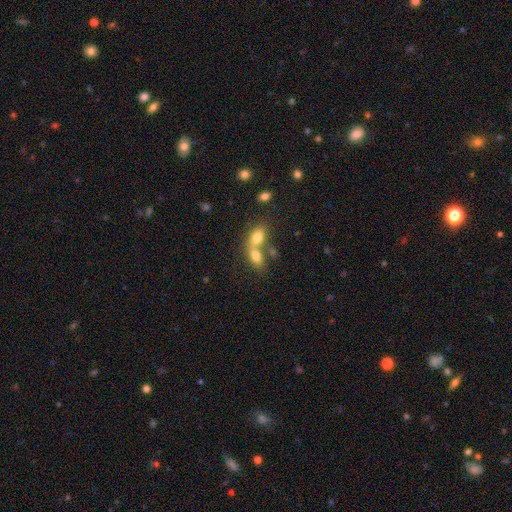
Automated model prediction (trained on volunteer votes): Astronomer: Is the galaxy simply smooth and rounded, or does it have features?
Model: smooth — 75%.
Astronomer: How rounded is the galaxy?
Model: in between — 81%.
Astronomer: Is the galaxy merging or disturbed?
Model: merger — 67%.